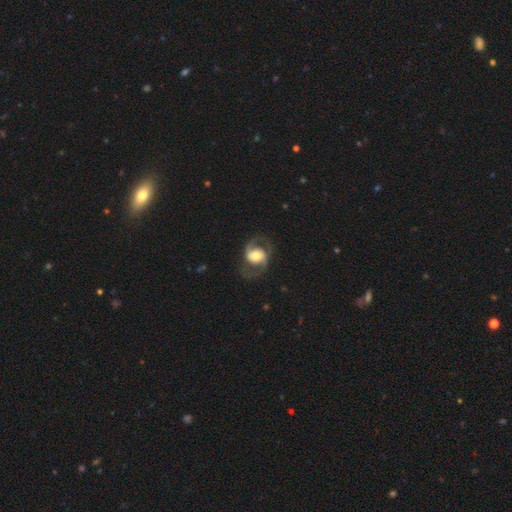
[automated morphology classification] featured or disk 76%, smooth 19%, star or artifact 6%. Down the decision tree: edge-on disk — no (97%); bar — no (49%); spiral arms — yes (87%); spiral arm count — 2 (90%); spiral winding — medium (53%); bulge size — moderate (57%); merging — none (71%).